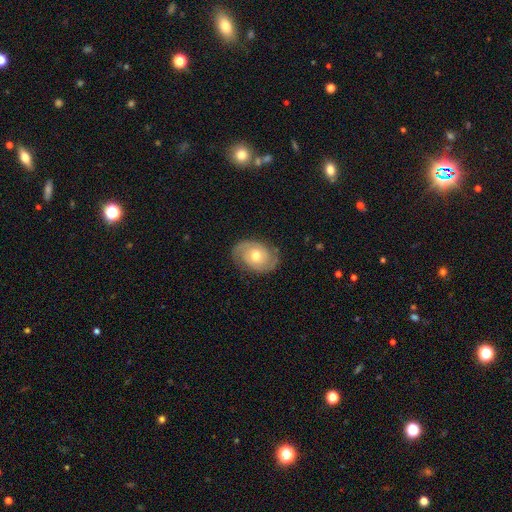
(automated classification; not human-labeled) smooth-or-featured: featured or disk: 77% | smooth: 17% | star or artifact: 6%
  disk-edge-on: no: 96% | yes: 4%
    bar: no: 71% | weak: 24% | strong: 5%
    has-spiral-arms: yes: 90% | no: 10%
      spiral-winding: tight: 53% | medium: 36% | loose: 11%
      spiral-arm-count: 2: 87% | can't tell: 7% | 1: 2% | 3: 2% | 4: 1% | more than 4: 1%
    bulge-size: moderate: 78% | small: 14% | large: 6% | dominant: 1% | none: 1%
  merging: none: 81% | minor disturbance: 14% | major disturbance: 4% | merger: 1%